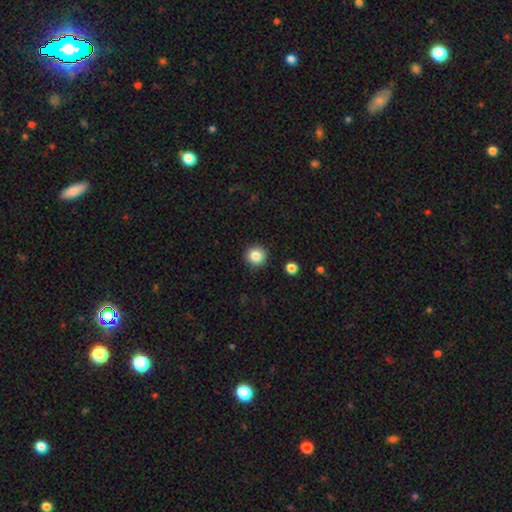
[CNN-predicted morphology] The model was most divided on "smooth or featured": smooth: 85%, star or artifact: 10%, featured or disk: 5%. More confident: how rounded — round (95%); merging — none (92%).